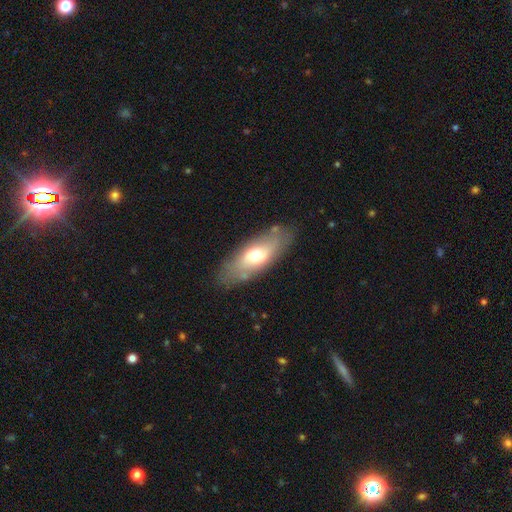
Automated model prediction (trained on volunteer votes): smooth-or-featured: smooth: 57% | featured or disk: 36% | star or artifact: 7%
  how-rounded: in between: 77% | cigar-shaped: 20% | round: 3%
  merging: none: 78% | minor disturbance: 14% | major disturbance: 4% | merger: 3%